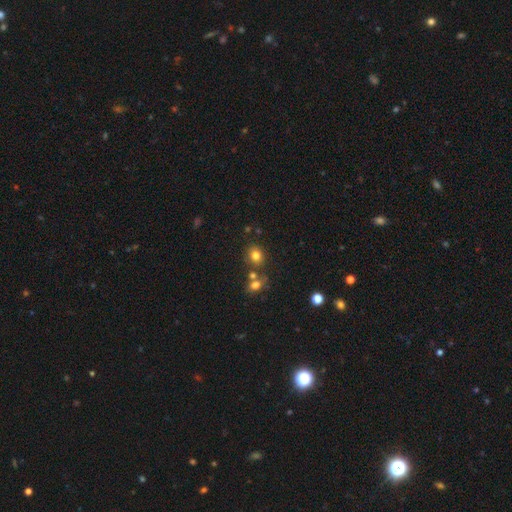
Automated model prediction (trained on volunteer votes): Overall: smooth (78%). How rounded: round (64%; in between 35%). Merging: none (69%).